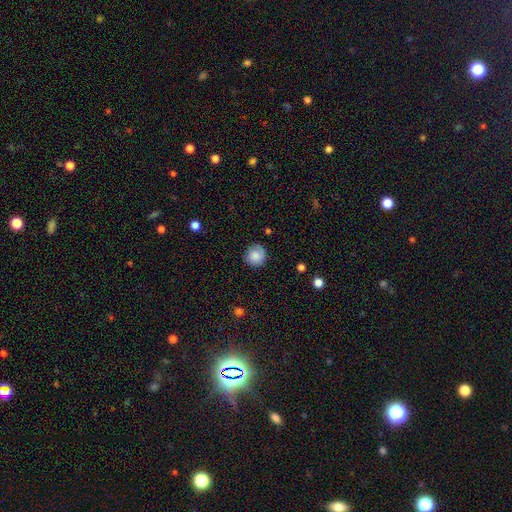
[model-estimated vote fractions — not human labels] Smooth or featured? smooth (82%)
How rounded? round (90%)
Merging? none (81%)